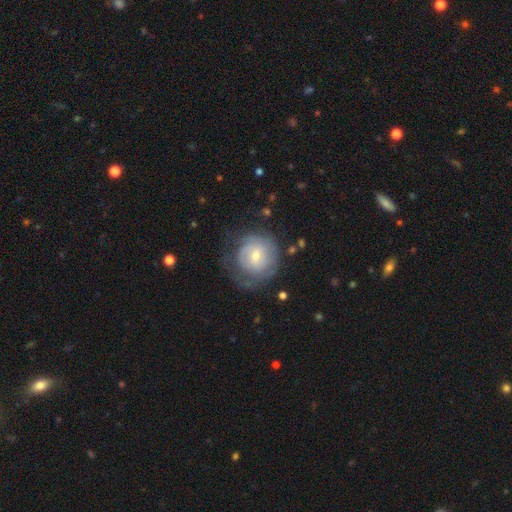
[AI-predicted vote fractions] A featured or disk galaxy (53%) with no bar (50%), spiral arms (67%) and a small central bulge (55%). Merging: none (54%).